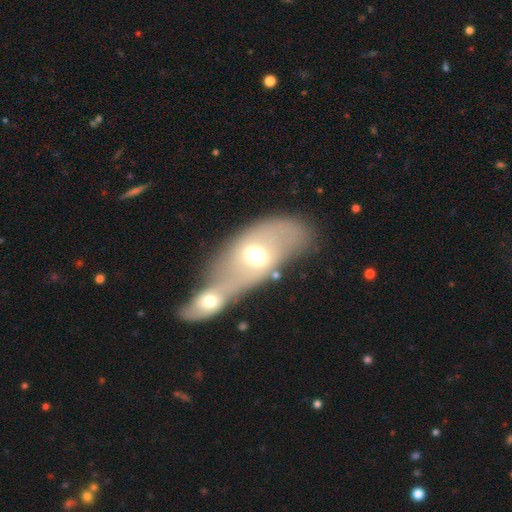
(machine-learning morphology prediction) smooth 53%, featured or disk 39%, star or artifact 8%. Down the decision tree: how rounded — in between (85%); merging — merger (62%).